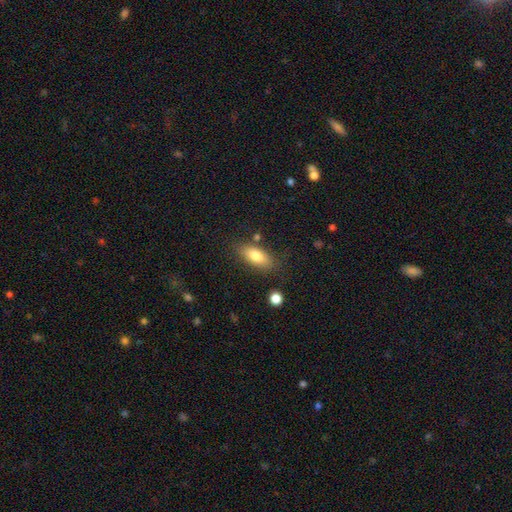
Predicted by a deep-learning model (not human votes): The model was most divided on "merging": none: 77%, minor disturbance: 15%, major disturbance: 4%, merger: 4%. More confident: how rounded — in between (83%); smooth or featured — smooth (79%).